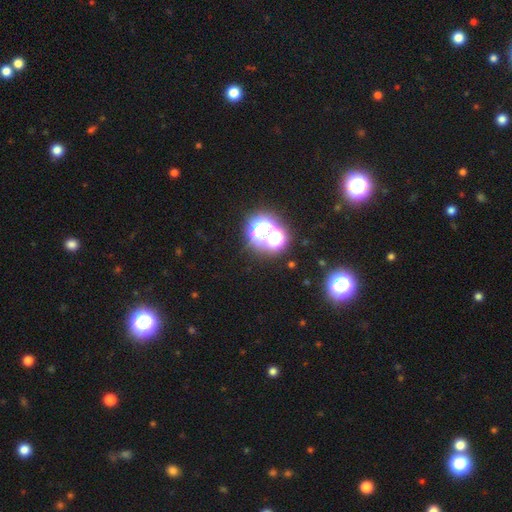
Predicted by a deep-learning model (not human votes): star or artifact 69%, smooth 23%, featured or disk 8%.